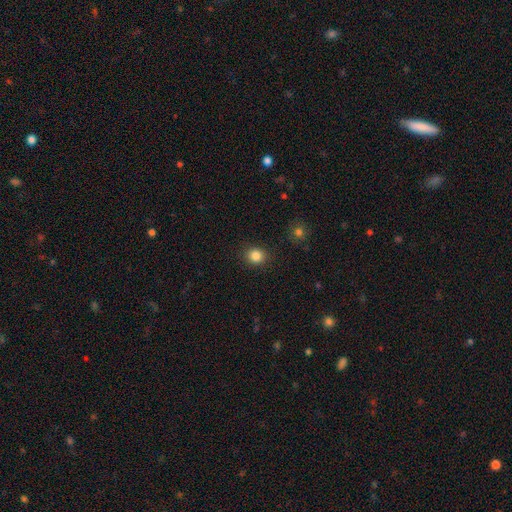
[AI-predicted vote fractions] Smooth or featured? Predicted: smooth (p=0.85). How rounded? Predicted: round (p=0.75). Merging? Predicted: none (p=0.89).